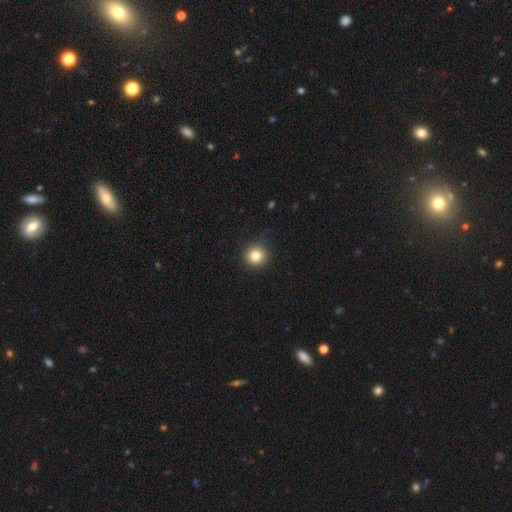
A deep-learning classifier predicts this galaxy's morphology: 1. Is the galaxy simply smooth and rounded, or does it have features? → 83% smooth, 11% star or artifact, 6% featured or disk.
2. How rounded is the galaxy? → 94% round, 5% in between, 1% cigar-shaped.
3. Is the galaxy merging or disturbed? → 90% none, 7% minor disturbance, 2% major disturbance, 1% merger.